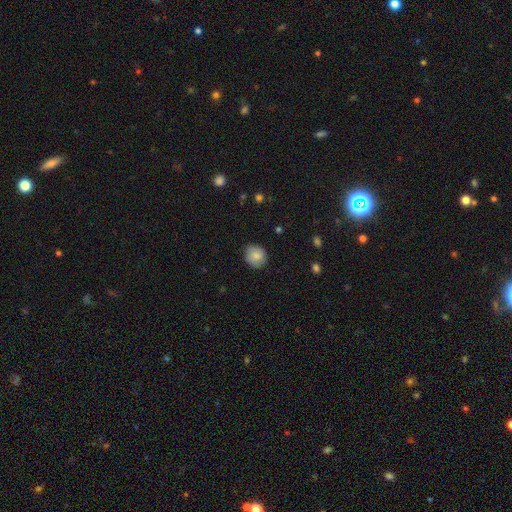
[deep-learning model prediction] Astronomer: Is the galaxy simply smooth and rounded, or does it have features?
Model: smooth — 82%.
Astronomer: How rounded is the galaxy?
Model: round — 83%.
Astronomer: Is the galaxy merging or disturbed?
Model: none — 84%.